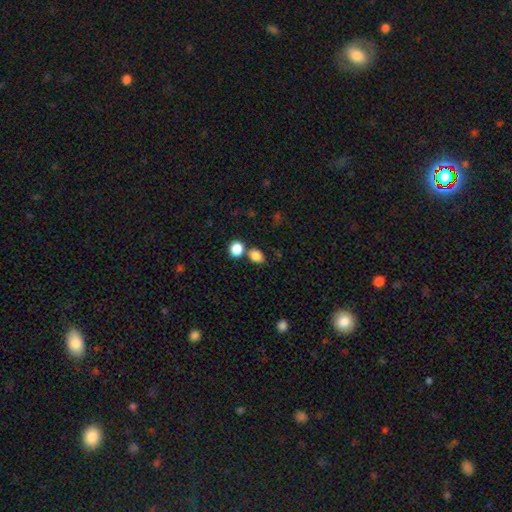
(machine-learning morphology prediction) Overall: smooth (84%). How rounded: in between (54%; round 45%). Merging: none (61%; merger 26%).